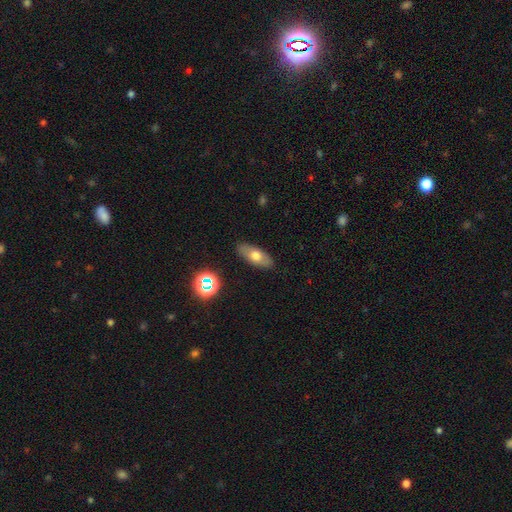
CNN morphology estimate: Overall: smooth (63%; featured or disk 28%). How rounded: in between (82%). Merging: none (86%).